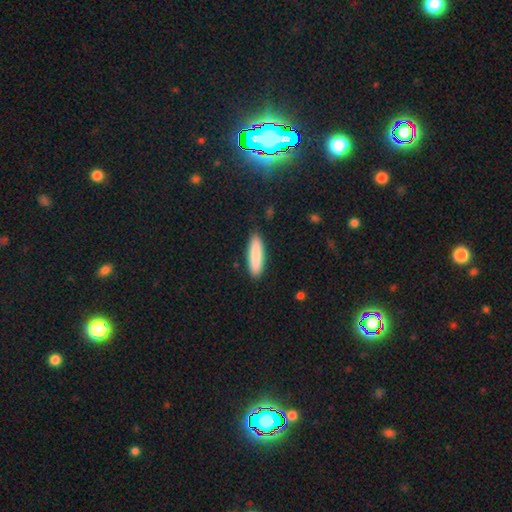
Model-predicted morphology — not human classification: smooth-or-featured: smooth: 86% | featured or disk: 8% | star or artifact: 5%
  how-rounded: cigar-shaped: 72% | in between: 26% | round: 1%
  merging: none: 88% | minor disturbance: 9% | major disturbance: 2% | merger: 1%